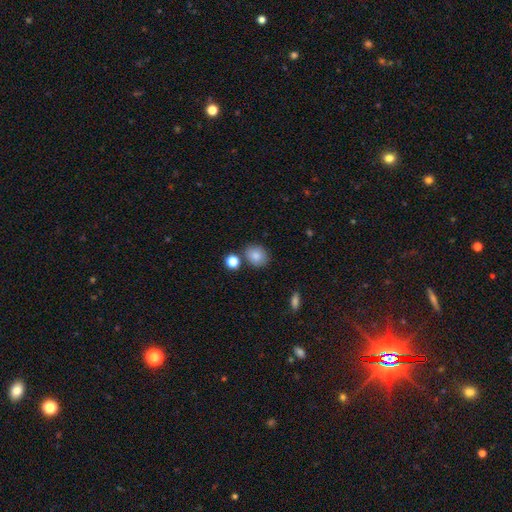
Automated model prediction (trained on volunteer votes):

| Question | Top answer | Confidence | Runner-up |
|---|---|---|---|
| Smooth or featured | smooth | 83% | star or artifact (10%) |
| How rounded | round | 67% | in between (32%) |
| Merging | none | 78% | minor disturbance (11%) |